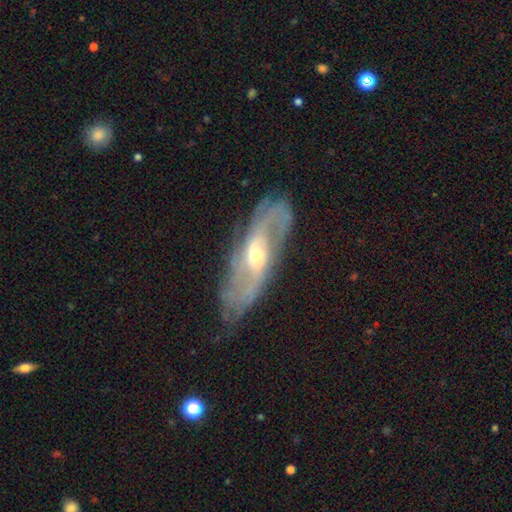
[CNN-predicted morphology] Smooth or featured? Predicted: featured or disk (p=0.81). Edge-on disk? Predicted: no (p=0.85). Bar? Predicted: no (p=0.41). Spiral arms? Predicted: yes (p=0.89). Spiral winding? Predicted: medium (p=0.40). Spiral arm count? Predicted: 2 (p=0.61). Bulge size? Predicted: small (p=0.47, tied with moderate). Merging? Predicted: none (p=0.70).